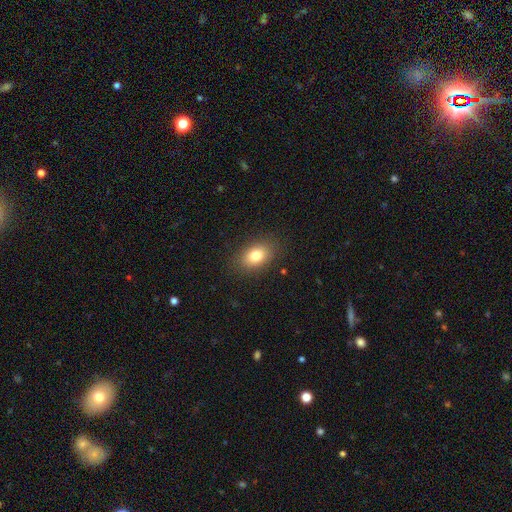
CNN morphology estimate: smooth 80%, featured or disk 11%, star or artifact 9%. Down the decision tree: how rounded — in between (83%); merging — none (86%).